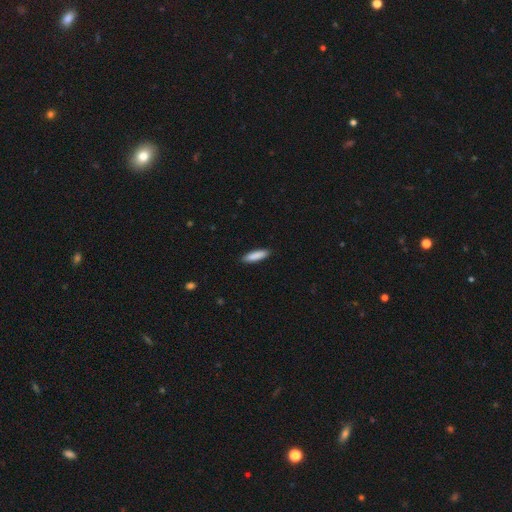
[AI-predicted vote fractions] Overall: smooth (88%). How rounded: cigar-shaped (68%; in between 31%). Merging: none (90%).